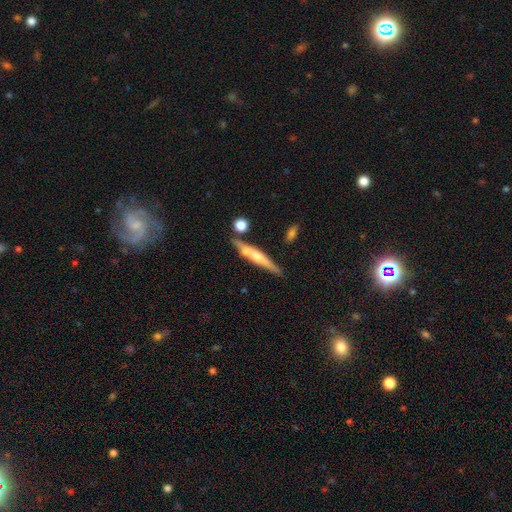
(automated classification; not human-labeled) This appears to be a featured or disk galaxy (58%) viewed edge-on (93%) with a rounded central bulge (77%). Merging: none (71%).